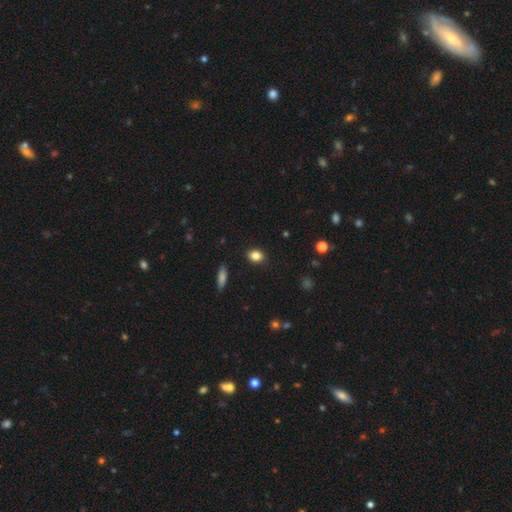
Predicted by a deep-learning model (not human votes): This appears to be a smooth galaxy with no disk features (83%) that is in between round and cigar-shaped (52%). Merging: none (88%).